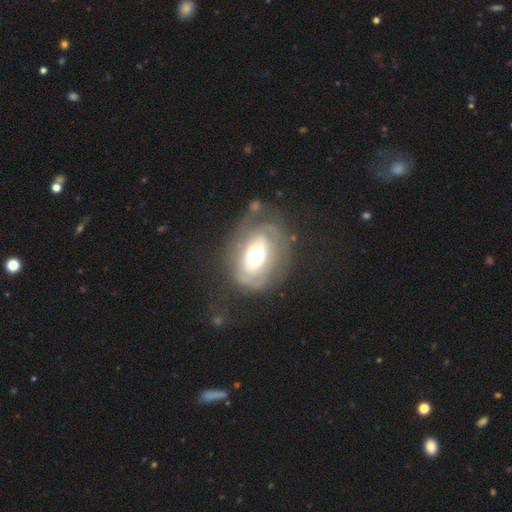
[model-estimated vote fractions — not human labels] A featured or disk galaxy (72%) with no bar (58%), spiral arms (72%) and a moderate central bulge (56%). Merging: none (52%).